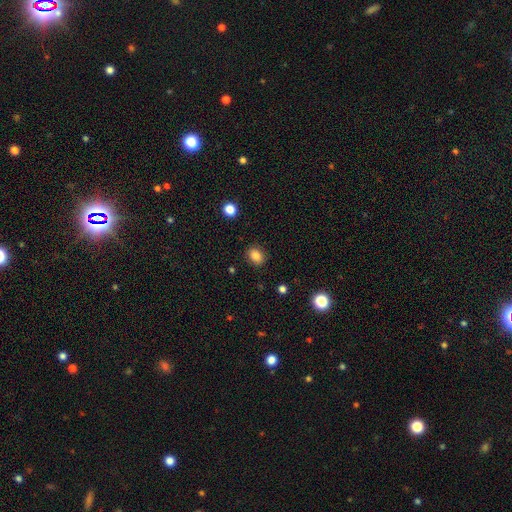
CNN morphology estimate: Smooth or featured?
  - smooth: 84% *
  - star or artifact: 11%
  - featured or disk: 5%
How rounded?
  - in between: 54% *
  - round: 45%
  - cigar-shaped: 1%
Merging?
  - none: 88% *
  - minor disturbance: 8%
  - major disturbance: 2%
  - merger: 1%